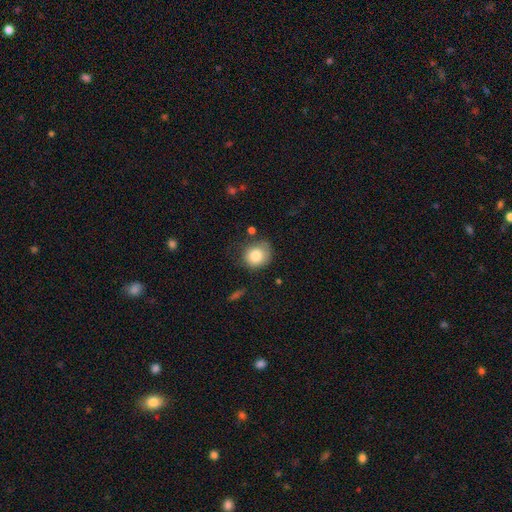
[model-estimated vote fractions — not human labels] Smooth or featured: smooth — 81% (featured or disk — 10%)
How rounded: round — 80% (in between — 20%)
Merging: none — 64% (minor disturbance — 25%)